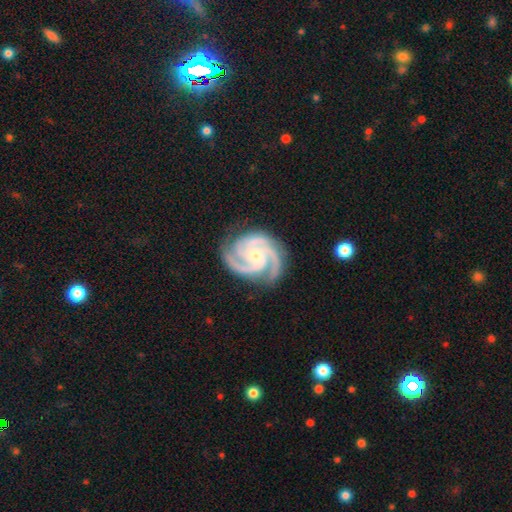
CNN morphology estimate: This appears to be a featured or disk galaxy (95%) with no bar (68%), 3 (77%) tight (62%) spiral arms (99%) and a small central bulge (67%). Merging: none (80%).